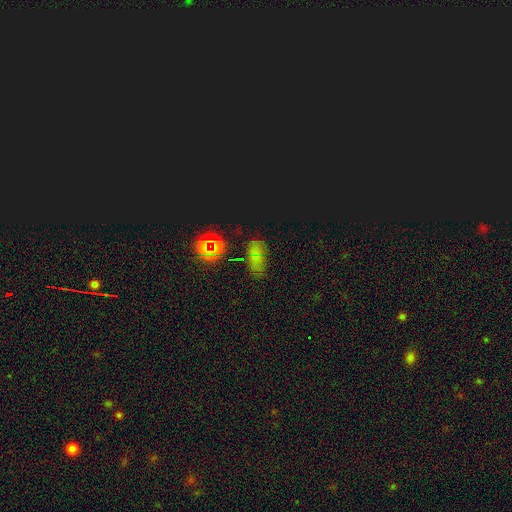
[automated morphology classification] Q: Smooth or featured?
A: smooth (50%); runner-up: star or artifact (40%)
Q: How rounded?
A: in between (84%); runner-up: round (11%)
Q: Merging?
A: none (70%); runner-up: minor disturbance (19%)